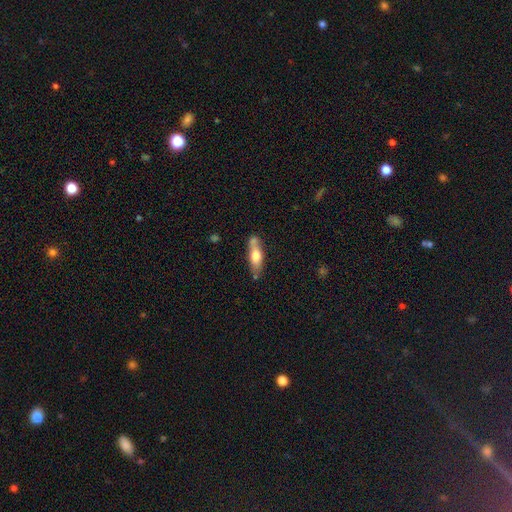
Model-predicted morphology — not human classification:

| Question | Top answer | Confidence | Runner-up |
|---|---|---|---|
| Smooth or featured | smooth | 64% | featured or disk (29%) |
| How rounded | in between | 52% | cigar-shaped (45%) |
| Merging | none | 58% | minor disturbance (19%) |